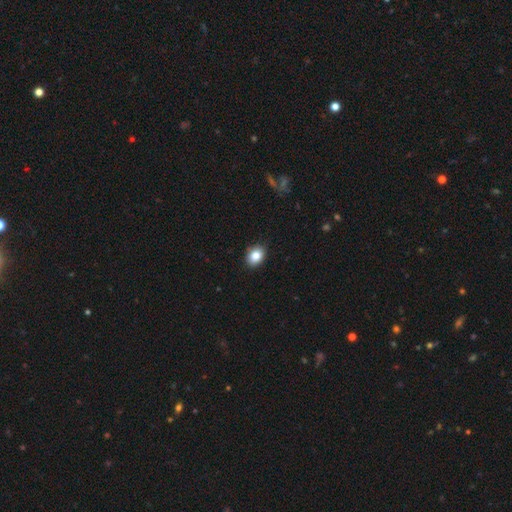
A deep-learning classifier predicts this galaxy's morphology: type=smooth (84%); roundness=in between (60%); merging=none (88%).